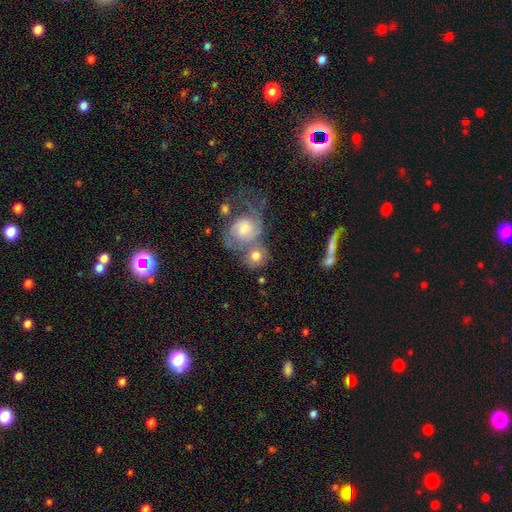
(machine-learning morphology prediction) A smooth galaxy with no disk features (60%) that is round (79%).

Vote fractions:
- Smooth or featured? smooth: 60% / featured or disk: 31% / star or artifact: 8%
- How rounded? round: 79% / in between: 19% / cigar-shaped: 1%
- Merging? merger: 51% / none: 33% / minor disturbance: 10% / major disturbance: 7%